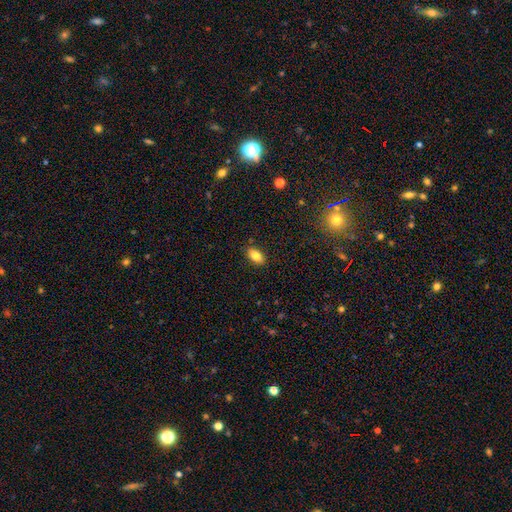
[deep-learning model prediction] smooth_or_featured: smooth (p=0.83) [alt: featured or disk p=0.09]
how_rounded: in between (p=0.90) [alt: cigar-shaped p=0.06]
merging: none (p=0.87) [alt: minor disturbance p=0.09]